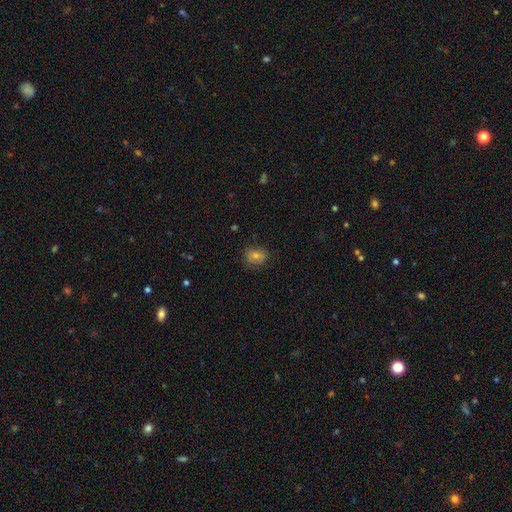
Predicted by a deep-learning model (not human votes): This is likely a smooth galaxy (61%). How rounded: likely round (65%). Merging: likely none (76%).